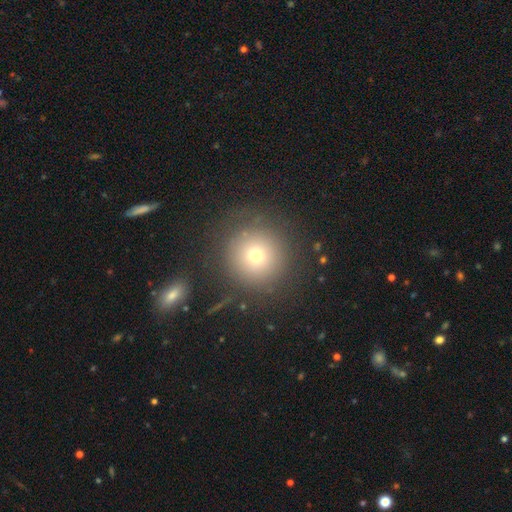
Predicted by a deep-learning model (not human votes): smooth 70%, star or artifact 17%, featured or disk 14%. Down the decision tree: how rounded — round (95%); merging — none (81%).